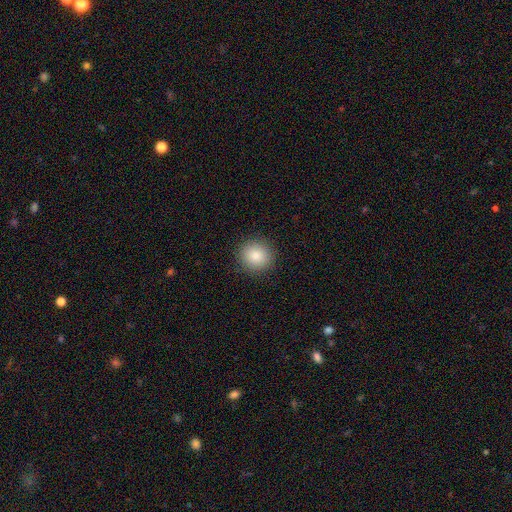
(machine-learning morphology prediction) This is clearly a smooth galaxy (86%). How rounded: clearly round (90%). Merging: clearly none (91%).